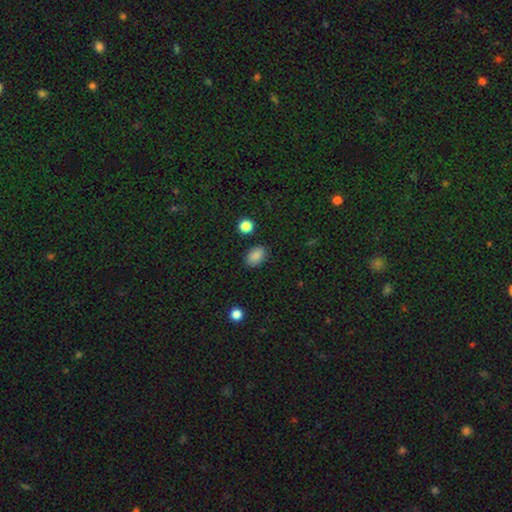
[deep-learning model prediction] This appears to be a smooth galaxy with no disk features (86%) that is in between round and cigar-shaped (85%). Merging: none (85%).